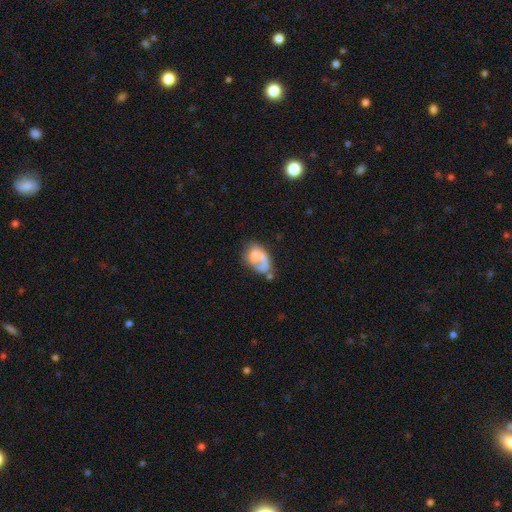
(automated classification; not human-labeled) A featured or disk galaxy (53%) with no bar (77%), spiral arms (68%) and no central bulge (31%).

Vote fractions:
- Smooth or featured? featured or disk: 53% / smooth: 40% / star or artifact: 8%
- Edge-on disk? no: 97% / yes: 3%
- Bar? no: 77% / weak: 19% / strong: 4%
- Spiral arms? yes: 68% / no: 32%
- Bulge size? none: 31% / moderate: 30% / small: 23% / large: 13% / dominant: 4%
- Merging? major disturbance: 35% / none: 34% / minor disturbance: 18% / merger: 12%